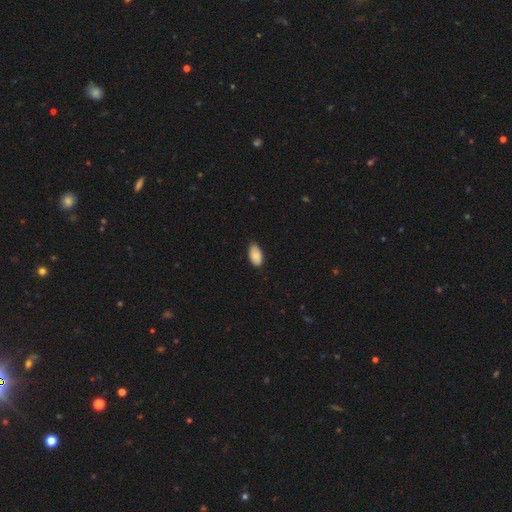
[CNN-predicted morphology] smooth 85%, featured or disk 8%, star or artifact 7%. Down the decision tree: how rounded — in between (95%); merging — none (76%).